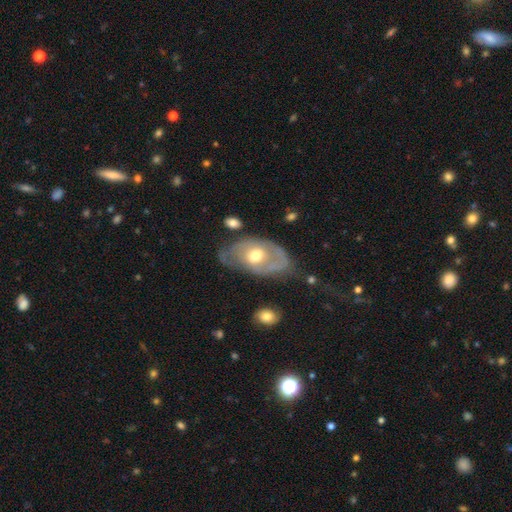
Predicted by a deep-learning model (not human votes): A featured or disk galaxy (64%) with no bar (77%), spiral arms (50%, tied with no) and a moderate central bulge (74%). Merging: none (56%).